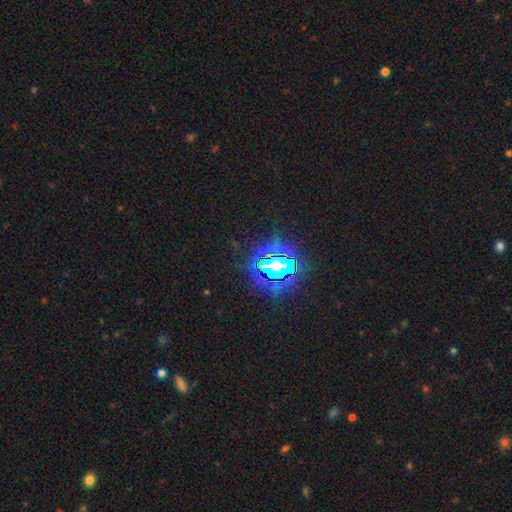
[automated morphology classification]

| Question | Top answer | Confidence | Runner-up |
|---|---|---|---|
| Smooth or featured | star or artifact | 81% | smooth (12%) |